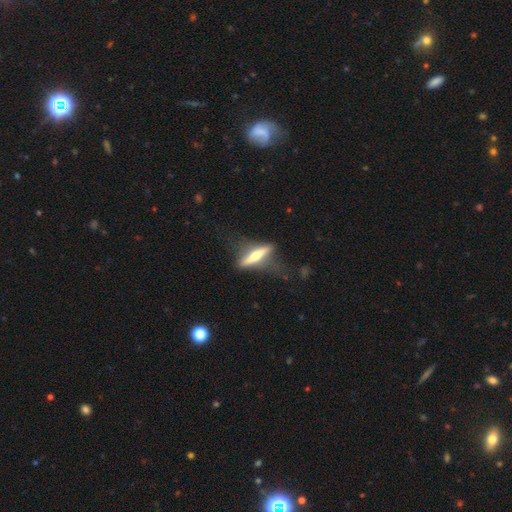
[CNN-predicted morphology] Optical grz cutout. It shows a featured or disk galaxy (60%) viewed edge-on (85%) with a rounded central bulge (79%). Merging: none (56%).